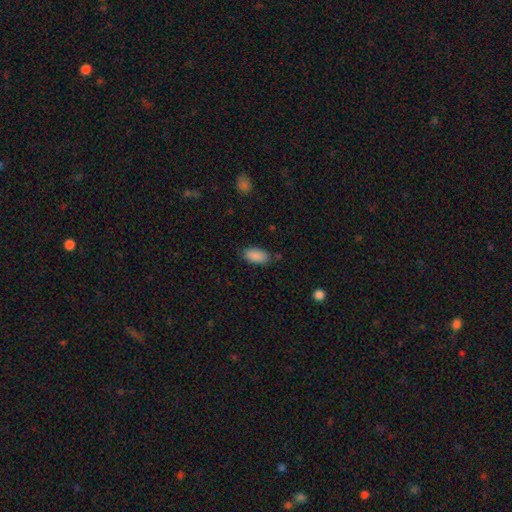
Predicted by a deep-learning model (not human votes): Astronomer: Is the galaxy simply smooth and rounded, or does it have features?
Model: smooth — 89%.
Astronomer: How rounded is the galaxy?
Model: in between — 93%.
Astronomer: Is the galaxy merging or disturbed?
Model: none — 81%.